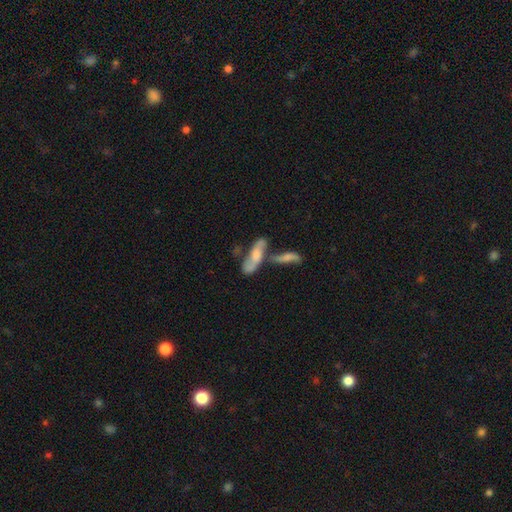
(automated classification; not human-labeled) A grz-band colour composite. It shows a featured or disk galaxy (53%). Merging: merger (43%).